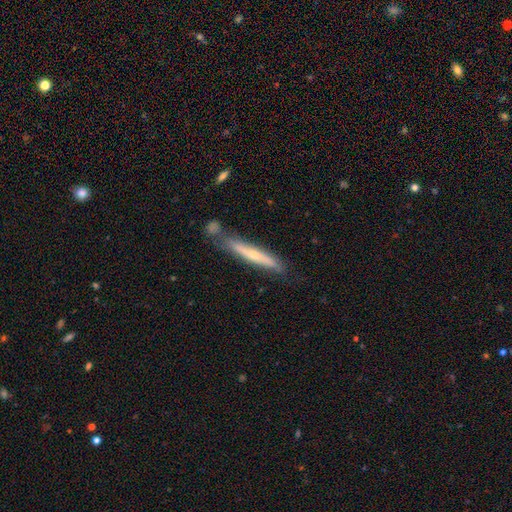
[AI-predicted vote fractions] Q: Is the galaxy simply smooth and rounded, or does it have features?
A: featured or disk — 58%.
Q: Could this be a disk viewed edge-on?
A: yes — 89%.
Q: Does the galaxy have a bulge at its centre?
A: rounded — 59%.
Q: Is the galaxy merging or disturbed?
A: none — 72%.